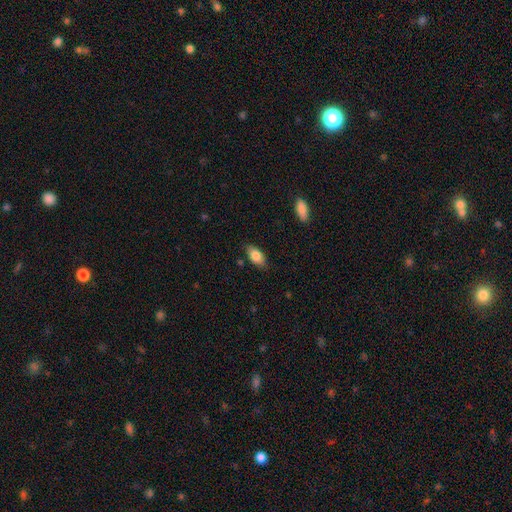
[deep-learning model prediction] smooth-or-featured: smooth: 83% | featured or disk: 11% | star or artifact: 7%
  how-rounded: in between: 91% | cigar-shaped: 5% | round: 4%
  merging: none: 82% | minor disturbance: 14% | major disturbance: 3% | merger: 2%